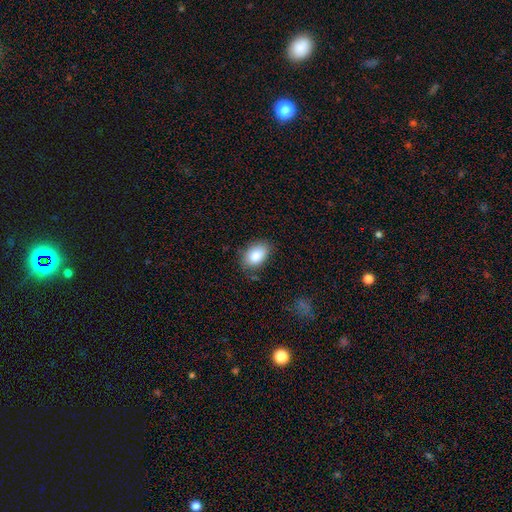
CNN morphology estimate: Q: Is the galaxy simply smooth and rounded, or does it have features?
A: smooth — 85%.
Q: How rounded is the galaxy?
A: in between — 86%.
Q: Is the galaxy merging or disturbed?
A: none — 76%.